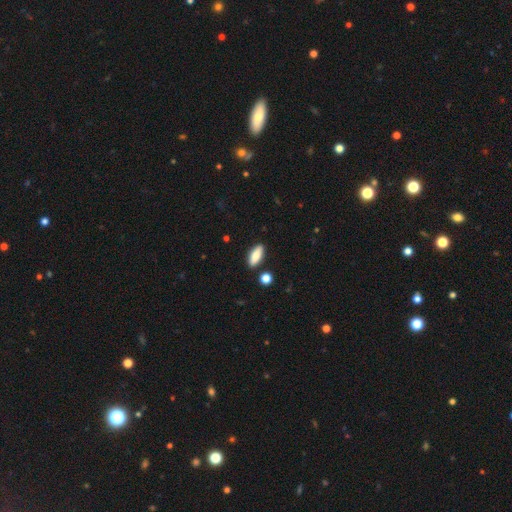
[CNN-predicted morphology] Q: Smooth or featured?
A: smooth (79%); runner-up: featured or disk (14%)
Q: How rounded?
A: in between (75%); runner-up: cigar-shaped (22%)
Q: Merging?
A: none (86%); runner-up: minor disturbance (9%)